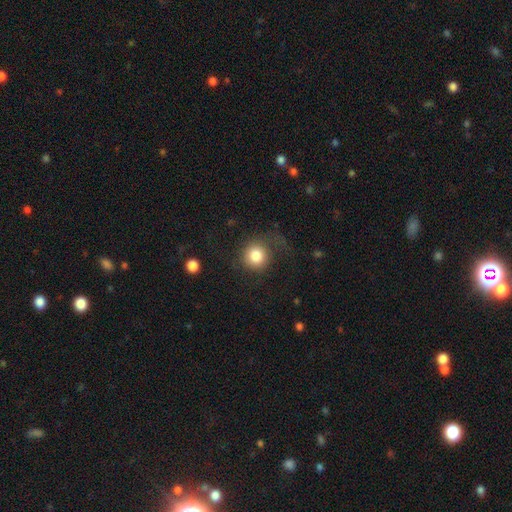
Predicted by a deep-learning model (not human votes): Morphology: type=smooth (81%); roundness=round (90%); merging=none (61%).